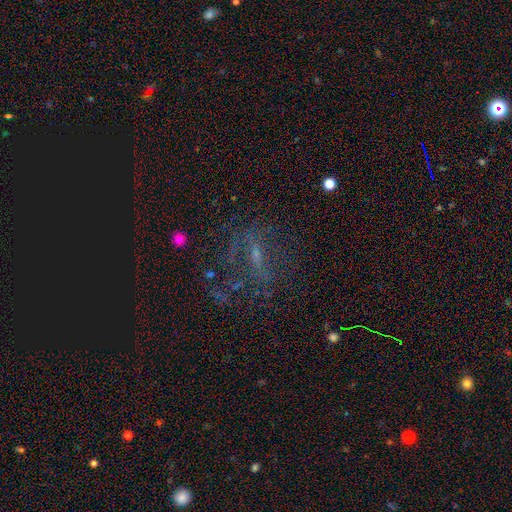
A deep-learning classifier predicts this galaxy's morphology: This appears to be a featured or disk galaxy (52%). Merging: none (55%).